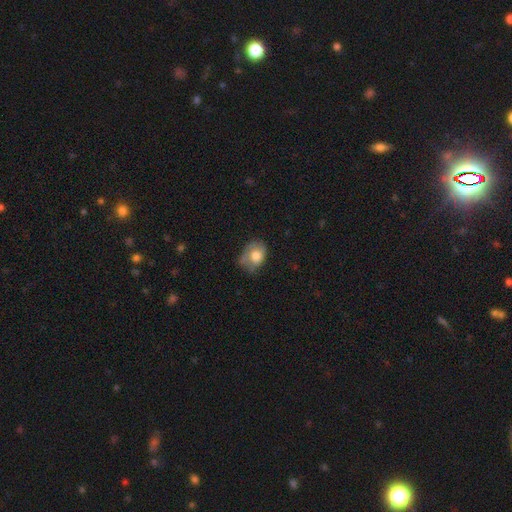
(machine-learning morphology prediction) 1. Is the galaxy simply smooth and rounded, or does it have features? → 66% smooth, 27% featured or disk, 8% star or artifact.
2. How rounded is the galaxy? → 66% in between, 33% round, 1% cigar-shaped.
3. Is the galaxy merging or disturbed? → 40% none, 38% minor disturbance, 19% major disturbance, 3% merger.